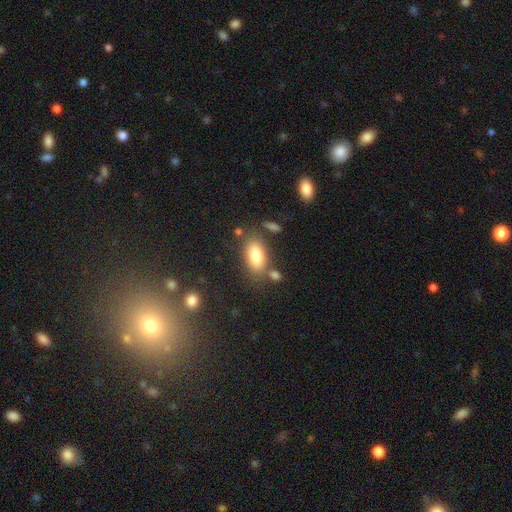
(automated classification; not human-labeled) The model was most divided on "merging": none: 73%, minor disturbance: 14%, merger: 9%, major disturbance: 5%. More confident: how rounded — in between (89%); smooth or featured — smooth (81%).